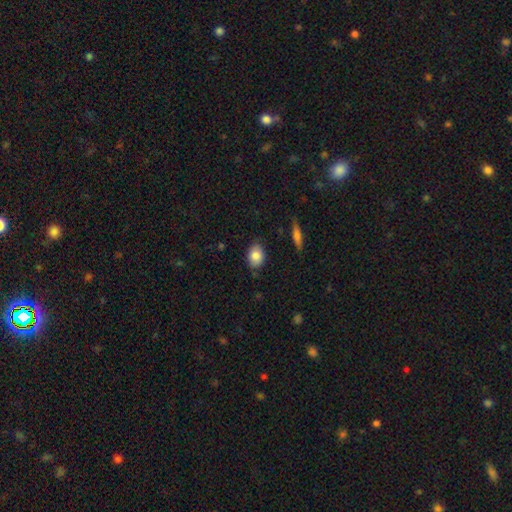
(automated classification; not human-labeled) Smooth or featured: smooth — 82% (featured or disk — 11%)
How rounded: in between — 74% (round — 25%)
Merging: none — 82% (minor disturbance — 14%)